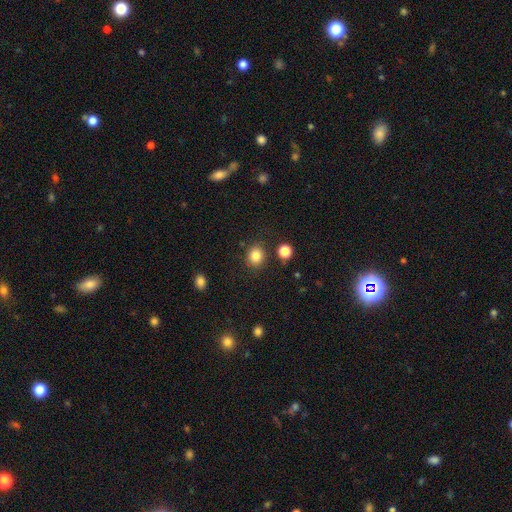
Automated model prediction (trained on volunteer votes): Smooth or featured?
  - smooth: 84% *
  - star or artifact: 11%
  - featured or disk: 5%
How rounded?
  - round: 77% *
  - in between: 22%
  - cigar-shaped: 1%
Merging?
  - none: 84% *
  - minor disturbance: 9%
  - merger: 4%
  - major disturbance: 3%